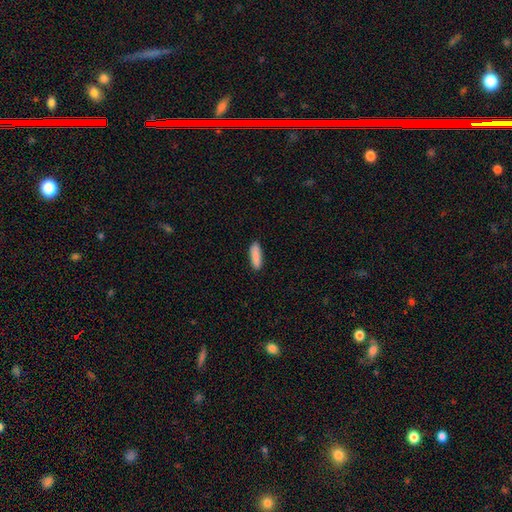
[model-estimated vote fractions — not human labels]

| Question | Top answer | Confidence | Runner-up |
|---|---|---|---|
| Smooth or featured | smooth | 89% | star or artifact (6%) |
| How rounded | cigar-shaped | 58% | in between (40%) |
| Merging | none | 89% | minor disturbance (8%) |